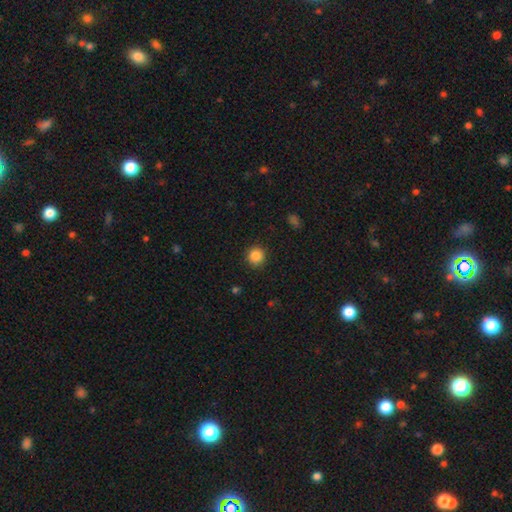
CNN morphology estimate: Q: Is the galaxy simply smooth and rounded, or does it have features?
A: smooth — 86%.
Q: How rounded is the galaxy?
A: round — 94%.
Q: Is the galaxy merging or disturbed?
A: none — 91%.